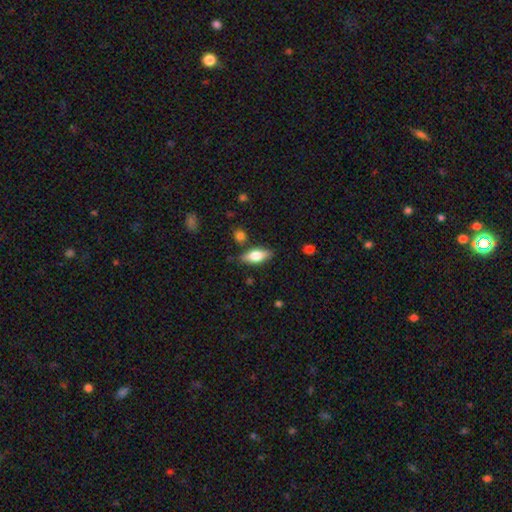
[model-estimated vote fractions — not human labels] smooth_or_featured: smooth (p=0.67) [alt: featured or disk p=0.26]
how_rounded: in between (p=0.77) [alt: cigar-shaped p=0.20]
merging: none (p=0.80) [alt: minor disturbance p=0.13]